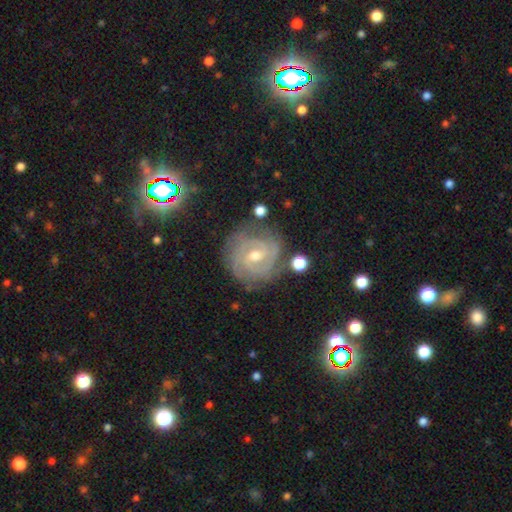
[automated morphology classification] This appears to be a featured or disk galaxy (86%) with a weak bar (48%), 2 (36%) tight (78%) spiral arms (98%) and a moderate central bulge (53%). Merging: none (80%).